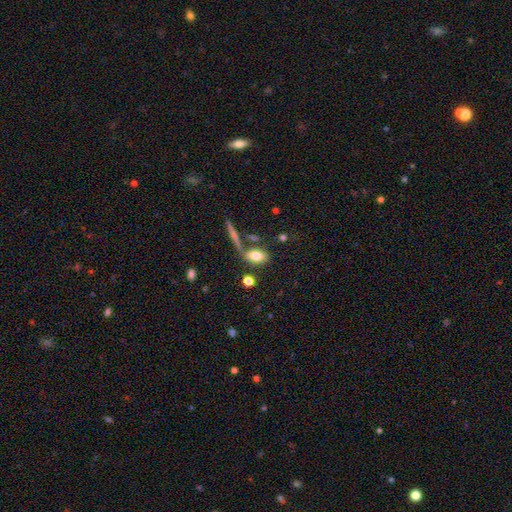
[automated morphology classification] smooth_or_featured: smooth (p=0.76) [alt: featured or disk p=0.14]
how_rounded: in between (p=0.83) [alt: round p=0.09]
merging: none (p=0.63) [alt: merger p=0.18]